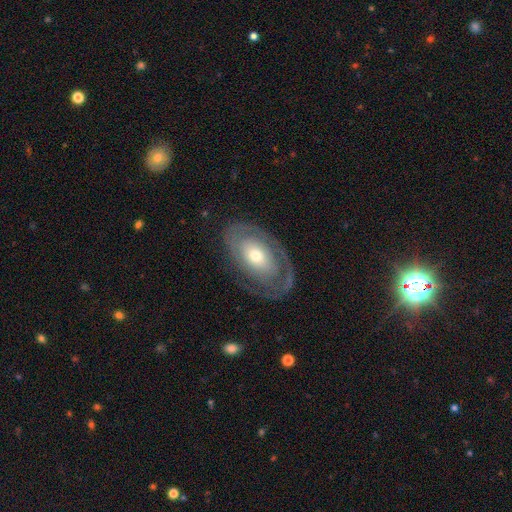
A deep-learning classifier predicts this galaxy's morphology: Smooth or featured: featured or disk — 65% (smooth — 30%)
Edge-on disk: no — 91% (yes — 9%)
Bar: no — 83% (weak — 13%)
Spiral arms: yes — 51% (no — 49%)
Bulge size: moderate — 54% (small — 38%)
Merging: none — 71% (minor disturbance — 16%)